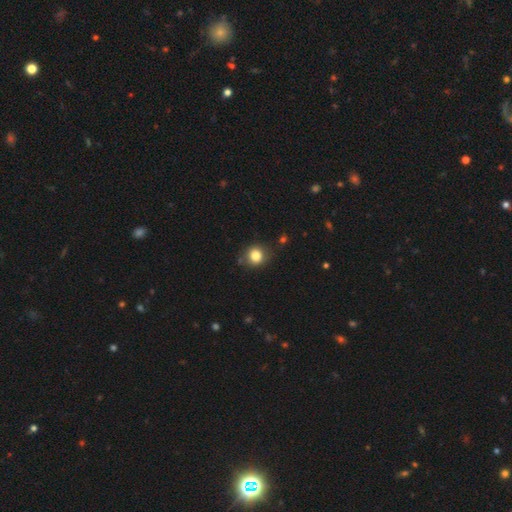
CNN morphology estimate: Q: Smooth or featured?
A: smooth (82%); runner-up: star or artifact (11%)
Q: How rounded?
A: round (82%); runner-up: in between (17%)
Q: Merging?
A: none (77%); runner-up: minor disturbance (15%)